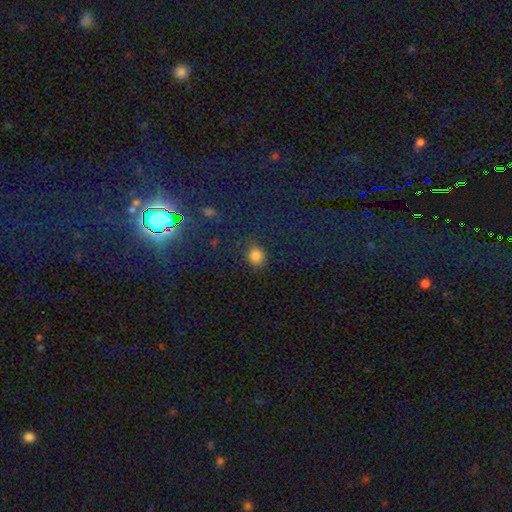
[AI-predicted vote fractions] The model was most divided on "how rounded": round: 74%, in between: 25%, cigar-shaped: 1%. More confident: merging — none (84%); smooth or featured — smooth (82%).